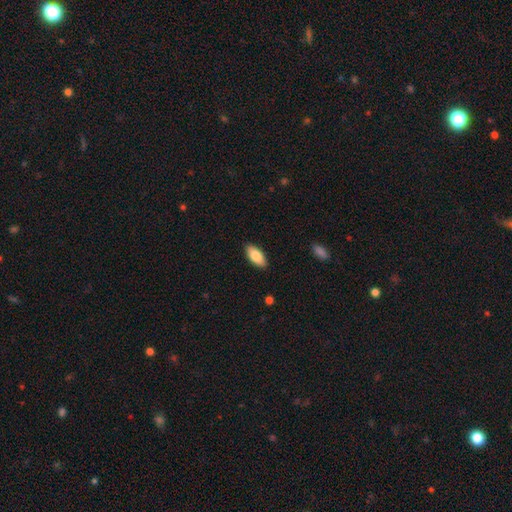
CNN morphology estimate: smooth 82%, featured or disk 12%, star or artifact 6%. Down the decision tree: how rounded — in between (89%); merging — none (89%).